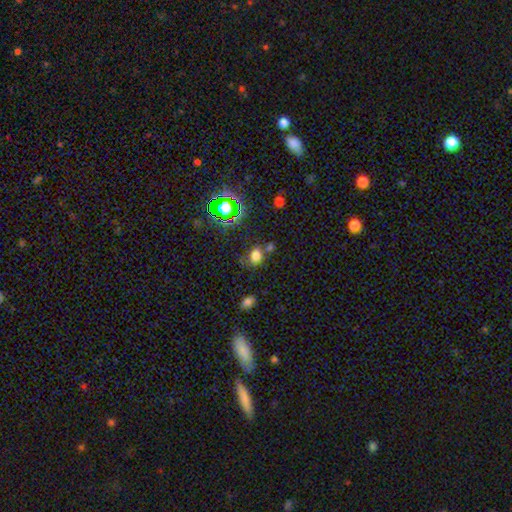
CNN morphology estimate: A smooth galaxy with no disk features (70%) that is in between round and cigar-shaped (61%). Merging: none (60%).